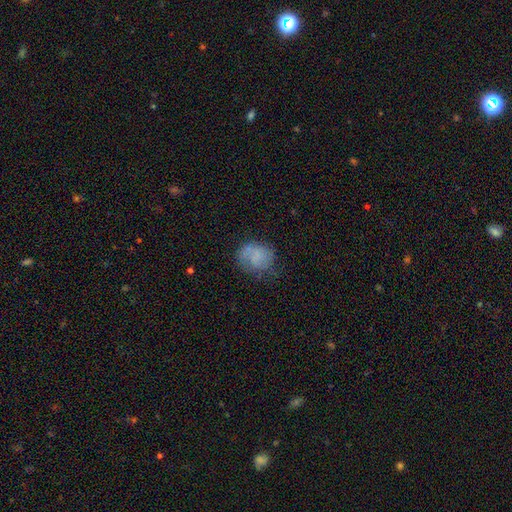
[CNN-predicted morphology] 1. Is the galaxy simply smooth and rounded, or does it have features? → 60% smooth, 30% featured or disk, 10% star or artifact.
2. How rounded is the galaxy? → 60% round, 39% in between, 1% cigar-shaped.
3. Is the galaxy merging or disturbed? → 54% none, 26% minor disturbance, 16% major disturbance, 3% merger.